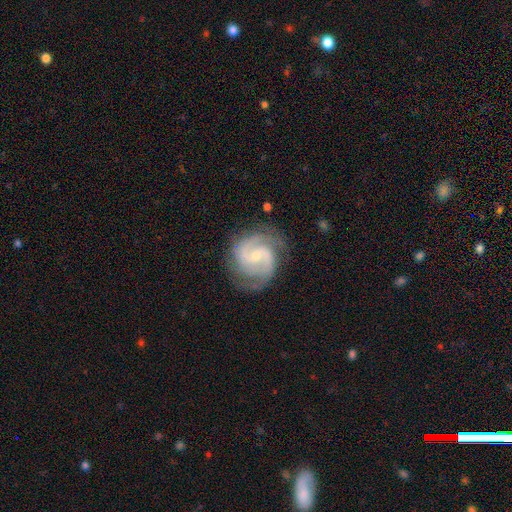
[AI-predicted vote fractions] smooth-or-featured: featured or disk: 91% | smooth: 5% | star or artifact: 4%
  disk-edge-on: no: 98% | yes: 2%
    bar: no: 46% | weak: 44% | strong: 10%
    has-spiral-arms: yes: 98% | no: 2%
      spiral-winding: medium: 53% | tight: 37% | loose: 10%
      spiral-arm-count: 2: 78% | 3: 11% | can't tell: 5% | 4: 2% | 1: 2% | more than 4: 2%
    bulge-size: small: 70% | moderate: 24% | none: 3% | large: 1% | dominant: 1%
  merging: none: 77% | minor disturbance: 16% | major disturbance: 6% | merger: 1%